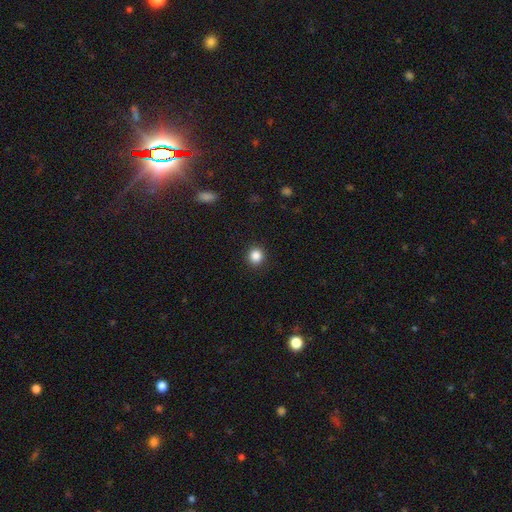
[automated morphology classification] Smooth or featured? smooth (86%)
How rounded? round (92%)
Merging? none (92%)